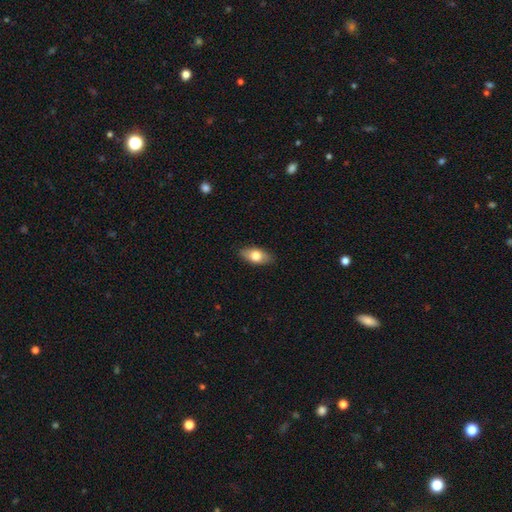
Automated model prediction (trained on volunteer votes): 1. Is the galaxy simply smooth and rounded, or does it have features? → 74% smooth, 19% featured or disk, 6% star or artifact.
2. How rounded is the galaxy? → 88% in between, 7% cigar-shaped, 4% round.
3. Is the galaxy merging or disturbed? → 87% none, 10% minor disturbance, 2% major disturbance, 1% merger.